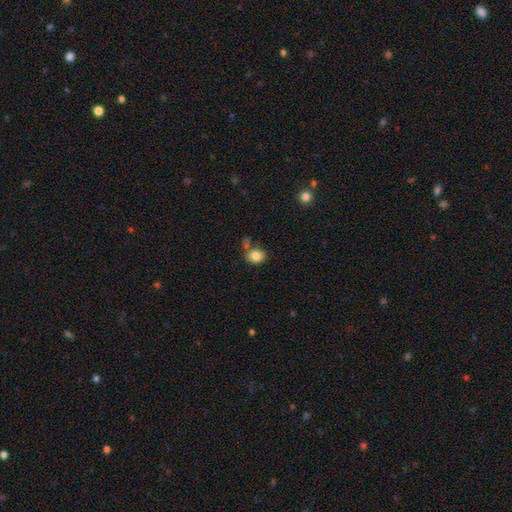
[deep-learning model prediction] Smooth or featured: smooth — 83% (star or artifact — 10%)
How rounded: round — 56% (in between — 43%)
Merging: none — 58% (merger — 18%)